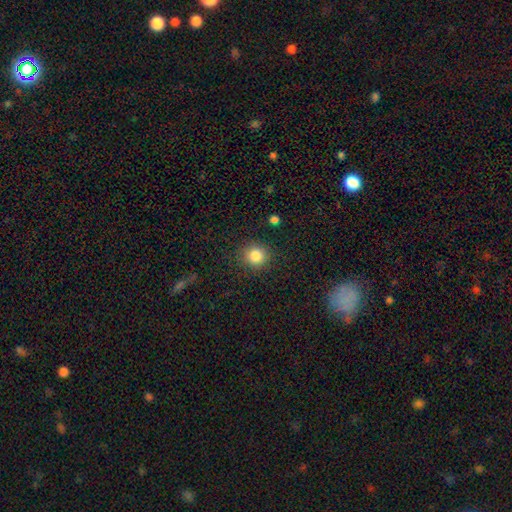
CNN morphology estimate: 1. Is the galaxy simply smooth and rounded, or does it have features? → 84% smooth, 11% star or artifact, 5% featured or disk.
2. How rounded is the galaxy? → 90% round, 9% in between, 1% cigar-shaped.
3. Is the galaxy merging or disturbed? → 88% none, 8% minor disturbance, 3% major disturbance, 2% merger.